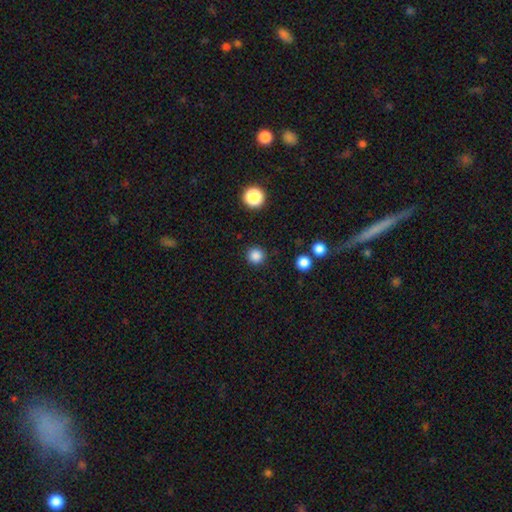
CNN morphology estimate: Smooth or featured?
  - smooth: 85% *
  - star or artifact: 12%
  - featured or disk: 3%
How rounded?
  - round: 95% *
  - in between: 4%
  - cigar-shaped: 1%
Merging?
  - none: 91% *
  - minor disturbance: 5%
  - major disturbance: 2%
  - merger: 2%